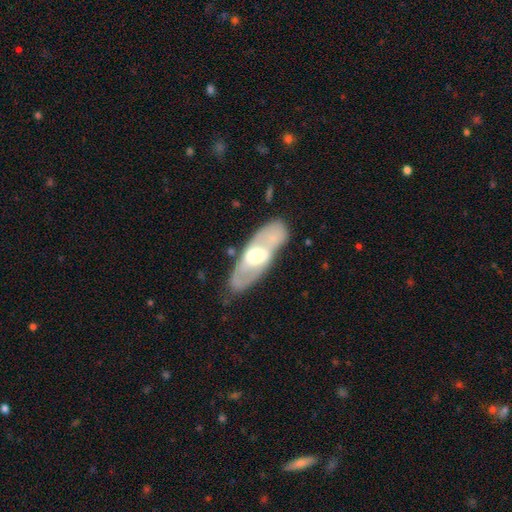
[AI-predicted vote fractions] Smooth or featured?
  - featured or disk: 63% *
  - smooth: 32%
  - star or artifact: 5%
Edge-on disk?
  - no: 78% *
  - yes: 22%
Merging?
  - none: 73% *
  - minor disturbance: 15%
  - merger: 6%
  - major disturbance: 6%